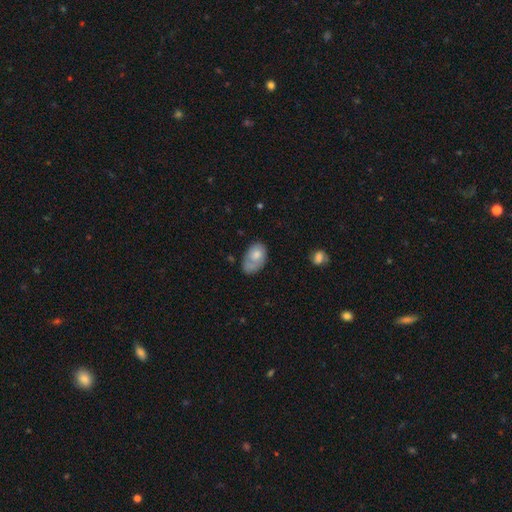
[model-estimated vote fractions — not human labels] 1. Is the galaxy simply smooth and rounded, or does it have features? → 63% smooth, 31% featured or disk, 7% star or artifact.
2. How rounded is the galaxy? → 87% in between, 12% round, 1% cigar-shaped.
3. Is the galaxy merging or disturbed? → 41% none, 31% minor disturbance, 22% major disturbance, 7% merger.